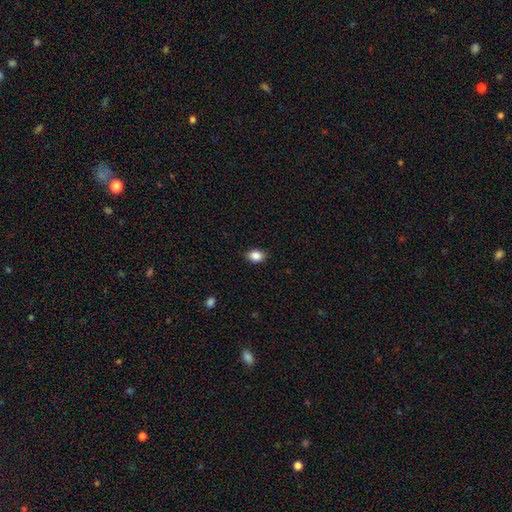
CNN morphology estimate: Smooth or featured? Predicted: smooth (p=0.87). How rounded? Predicted: in between (p=0.67). Merging? Predicted: none (p=0.86).